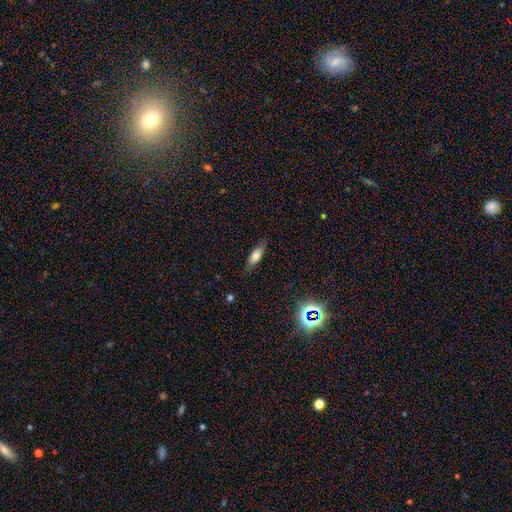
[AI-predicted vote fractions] This is likely a smooth galaxy (72%). How rounded: likely in between (63%). Merging: clearly none (81%).